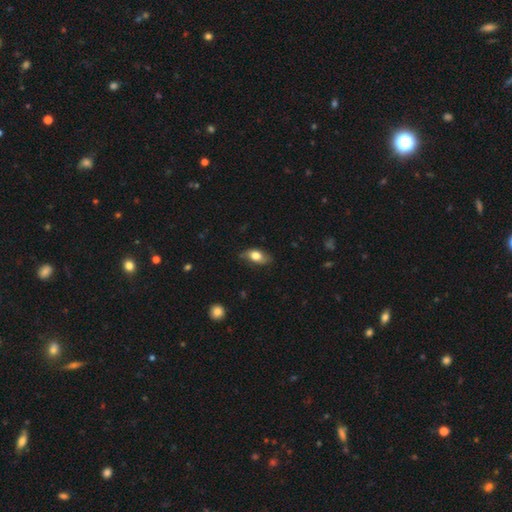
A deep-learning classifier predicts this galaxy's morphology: This appears to be a smooth galaxy with no disk features (71%) that is in between round and cigar-shaped (86%). Merging: none (74%).